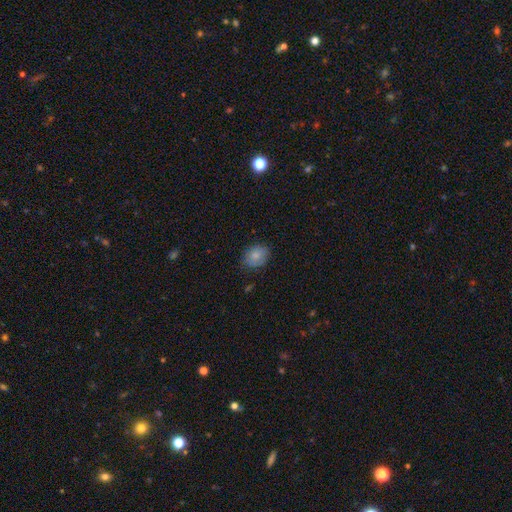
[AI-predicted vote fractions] smooth 83%, featured or disk 9%, star or artifact 8%. Down the decision tree: how rounded — in between (62%); merging — none (76%).